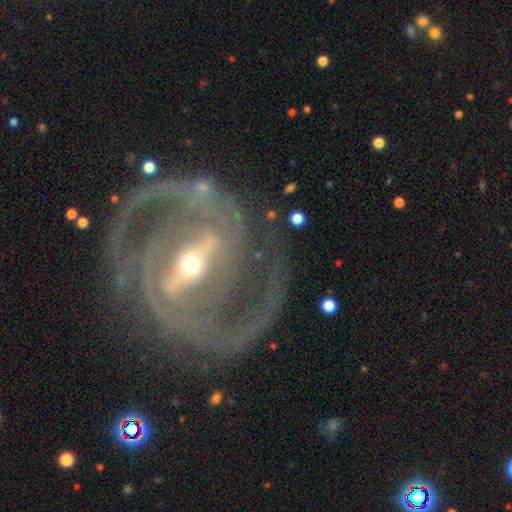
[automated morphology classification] A featured or disk galaxy (92%) with a strong bar (71%), 2 (79%) medium (47%) spiral arms (97%) and a small central bulge (61%).

Vote fractions:
- Smooth or featured? featured or disk: 92% / star or artifact: 5% / smooth: 3%
- Edge-on disk? no: 96% / yes: 4%
- Bar? strong: 71% / weak: 22% / no: 8%
- Spiral arms? yes: 97% / no: 3%
- Spiral winding? medium: 47% / tight: 43% / loose: 10%
- Spiral arm count? 2: 79% / 3: 7% / can't tell: 6% / 4: 3% / 1: 3% / more than 4: 2%
- Bulge size? small: 61% / moderate: 35% / large: 2% / none: 1% / dominant: 1%
- Merging? none: 73% / minor disturbance: 14% / major disturbance: 11% / merger: 2%